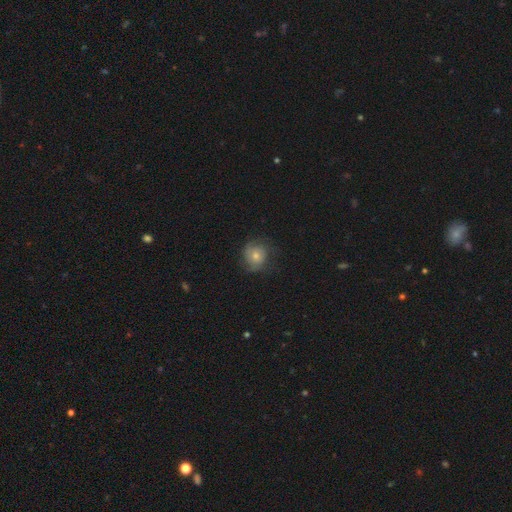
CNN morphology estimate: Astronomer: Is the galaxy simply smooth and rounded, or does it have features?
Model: featured or disk — 46% (runner-up: smooth, 42%).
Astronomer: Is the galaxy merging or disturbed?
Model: none — 71%.